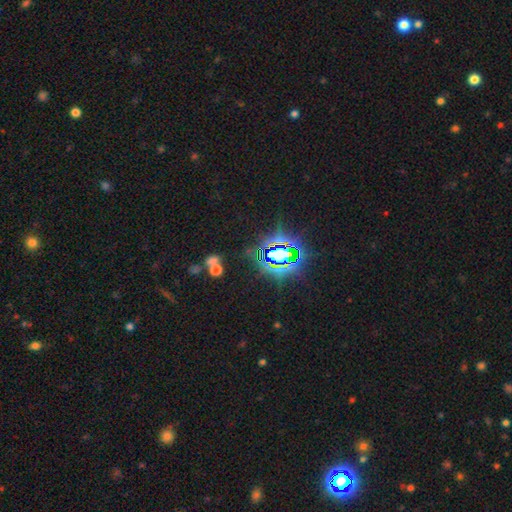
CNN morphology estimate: Overall: star or artifact (78%).